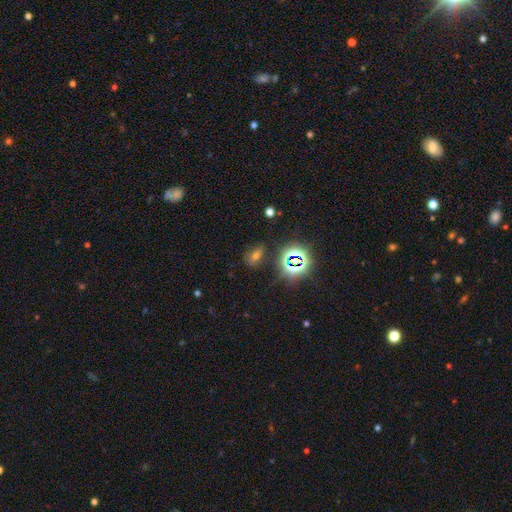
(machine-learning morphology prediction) type=smooth (44%); merging=none (74%).